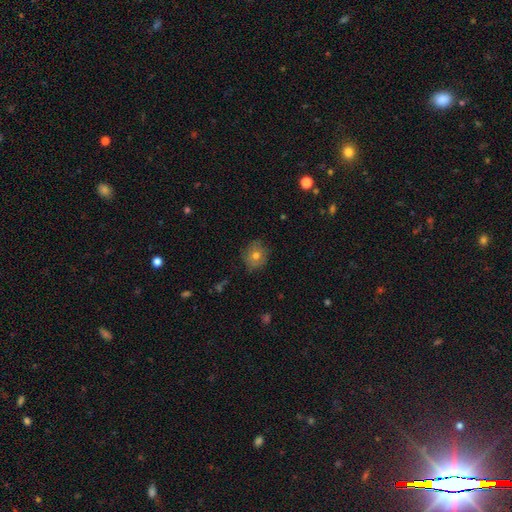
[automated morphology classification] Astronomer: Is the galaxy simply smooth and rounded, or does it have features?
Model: smooth — 69%.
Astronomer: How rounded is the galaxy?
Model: round — 84%.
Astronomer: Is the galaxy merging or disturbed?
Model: none — 81%.